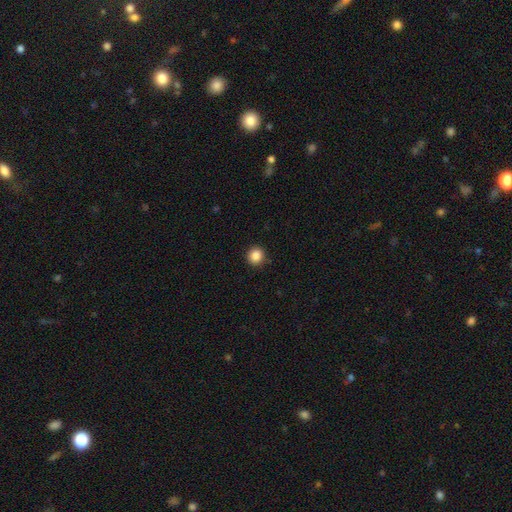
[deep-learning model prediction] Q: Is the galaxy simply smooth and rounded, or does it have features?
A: smooth — 87%.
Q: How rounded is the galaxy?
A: round — 91%.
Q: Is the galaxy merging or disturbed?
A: none — 92%.